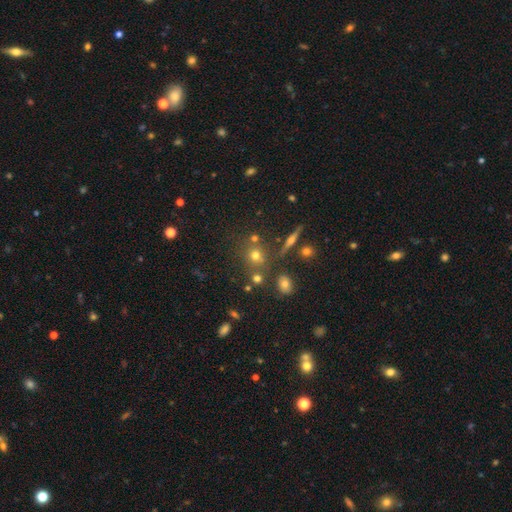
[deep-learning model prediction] Q: Smooth or featured?
A: smooth (59%); runner-up: star or artifact (21%)
Q: How rounded?
A: round (84%); runner-up: in between (14%)
Q: Merging?
A: none (73%); runner-up: merger (13%)